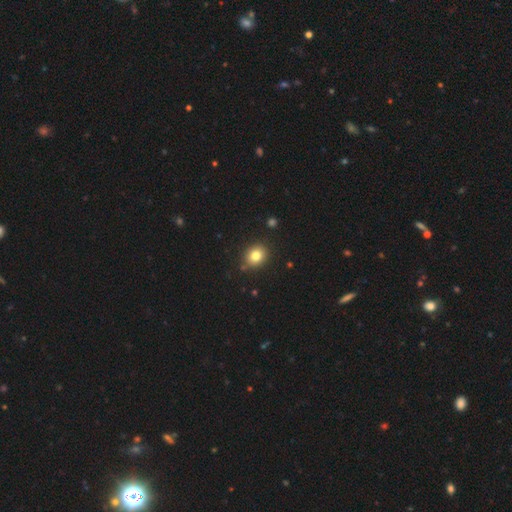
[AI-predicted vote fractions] smooth-or-featured: smooth: 81% | star or artifact: 11% | featured or disk: 8%
  how-rounded: round: 65% | in between: 34% | cigar-shaped: 1%
  merging: none: 86% | minor disturbance: 9% | merger: 3% | major disturbance: 2%